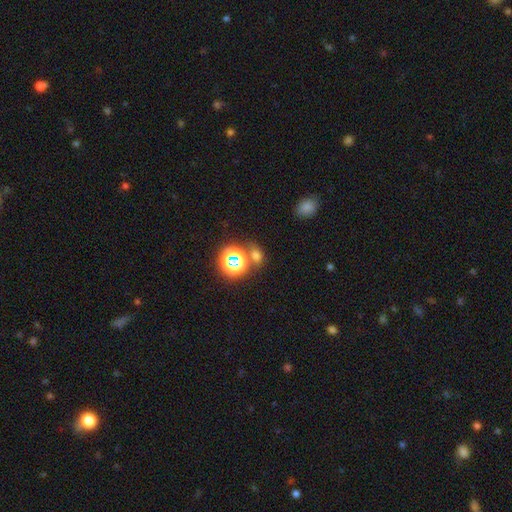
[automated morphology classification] smooth-or-featured: smooth: 57% | star or artifact: 35% | featured or disk: 8%
  how-rounded: round: 52% | in between: 46% | cigar-shaped: 2%
  merging: none: 64% | merger: 20% | minor disturbance: 11% | major disturbance: 5%